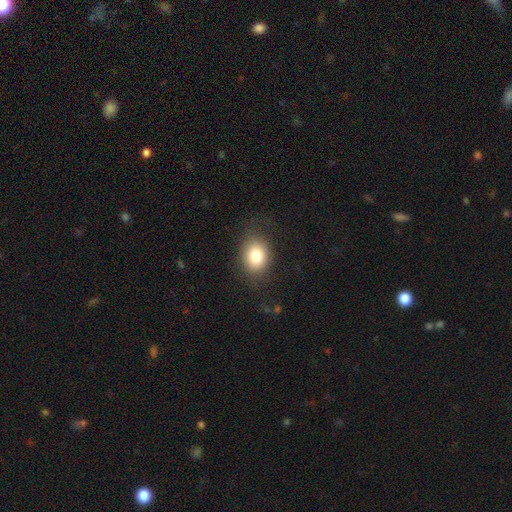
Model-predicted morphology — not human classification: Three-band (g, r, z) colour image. It shows a smooth galaxy with no disk features (81%) that is in between round and cigar-shaped (62%). Merging: none (78%).